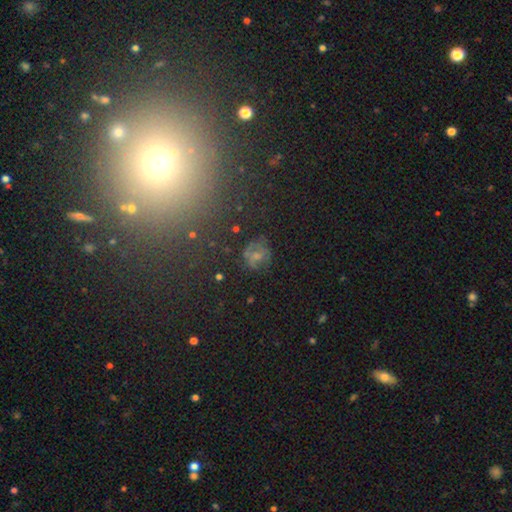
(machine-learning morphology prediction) smooth-or-featured: smooth: 40% | featured or disk: 34% | star or artifact: 27%
  merging: none: 58% | minor disturbance: 21% | major disturbance: 16% | merger: 5%